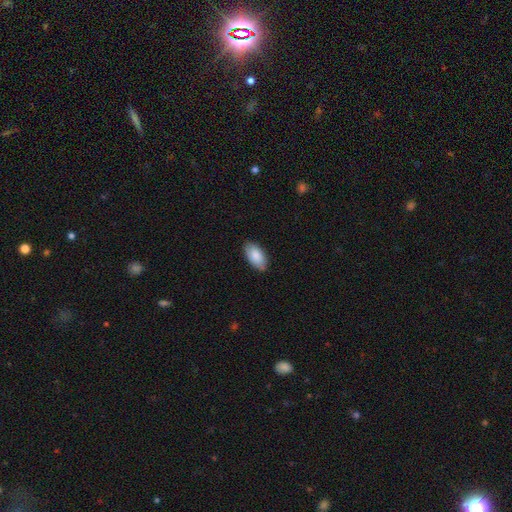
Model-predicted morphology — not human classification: smooth 87%, featured or disk 7%, star or artifact 6%. Down the decision tree: how rounded — in between (95%); merging — none (85%).